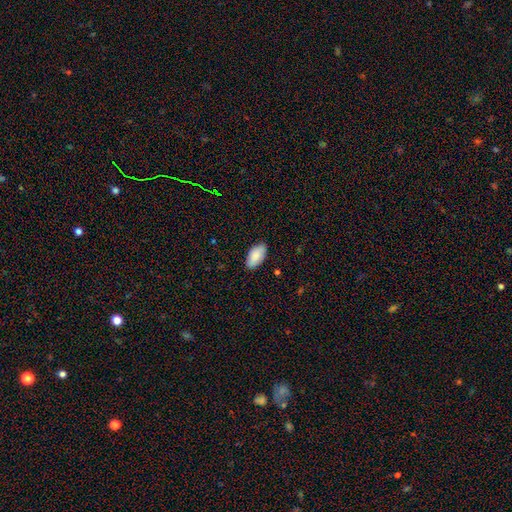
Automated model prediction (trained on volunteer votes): Smooth or featured? smooth (88%)
How rounded? in between (95%)
Merging? none (86%)